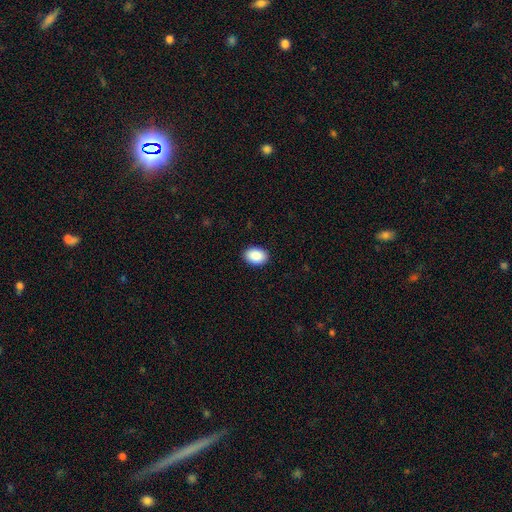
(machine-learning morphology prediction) smooth_or_featured: smooth (p=0.90) [alt: star or artifact p=0.07]
how_rounded: in between (p=0.82) [alt: round p=0.17]
merging: none (p=0.91) [alt: minor disturbance p=0.07]